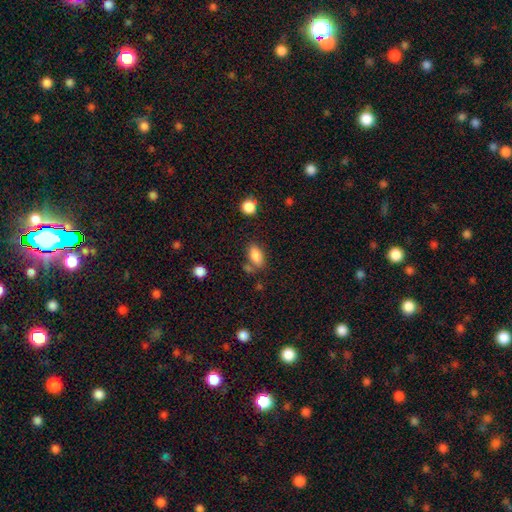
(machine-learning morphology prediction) smooth 84%, star or artifact 9%, featured or disk 7%. Down the decision tree: how rounded — in between (89%); merging — none (67%).